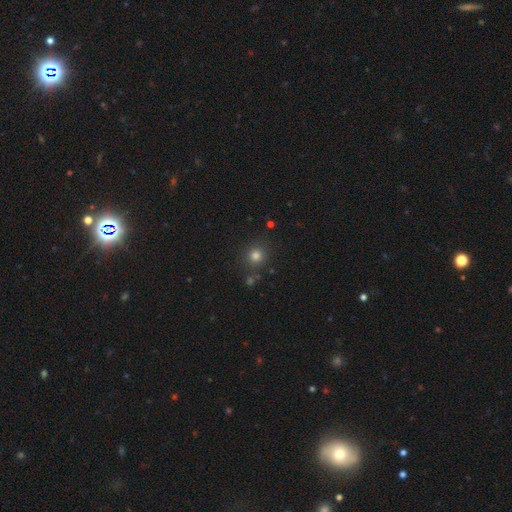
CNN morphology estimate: This appears to be a smooth galaxy with no disk features (78%) that is round (90%). Merging: none (83%).